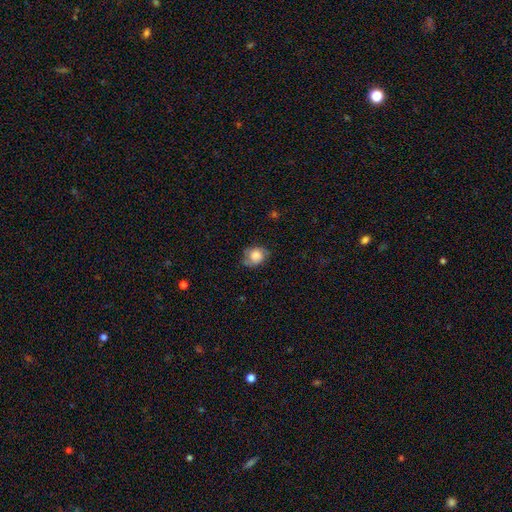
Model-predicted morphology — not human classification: A smooth galaxy with no disk features (65%) that is round (53%).

Vote fractions:
- Smooth or featured? smooth: 65% / featured or disk: 26% / star or artifact: 9%
- How rounded? round: 53% / in between: 46% / cigar-shaped: 1%
- Merging? none: 63% / minor disturbance: 27% / major disturbance: 9% / merger: 2%